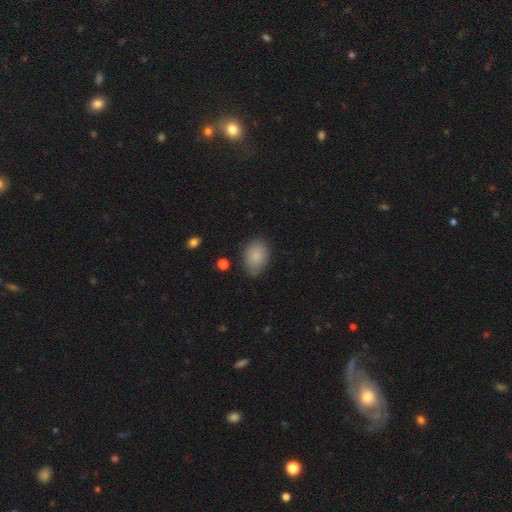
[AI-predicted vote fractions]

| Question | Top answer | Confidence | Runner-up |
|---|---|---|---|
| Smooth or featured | smooth | 84% | featured or disk (8%) |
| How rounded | in between | 78% | round (20%) |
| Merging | none | 75% | minor disturbance (19%) |